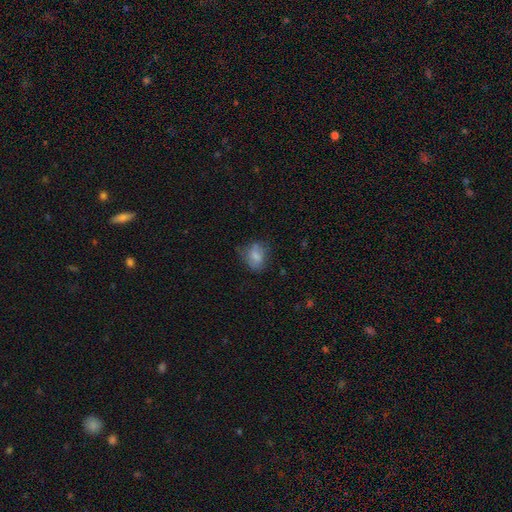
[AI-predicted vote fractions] The model was most divided on "merging": none: 56%, minor disturbance: 29%, major disturbance: 13%, merger: 2%. More confident: smooth or featured — smooth (73%); how rounded — in between (66%).